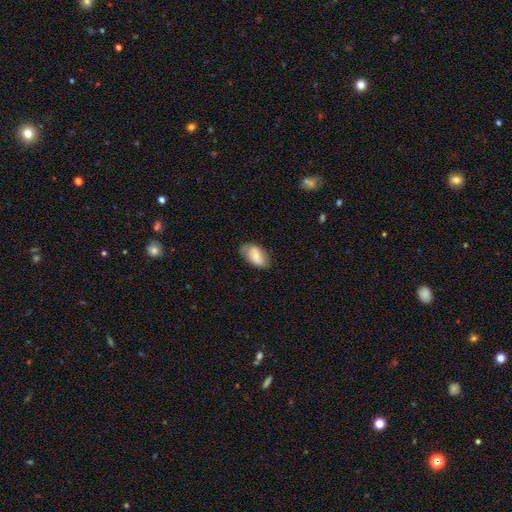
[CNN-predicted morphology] A smooth galaxy with no disk features (64%) that is in between round and cigar-shaped (92%). Merging: none (68%).